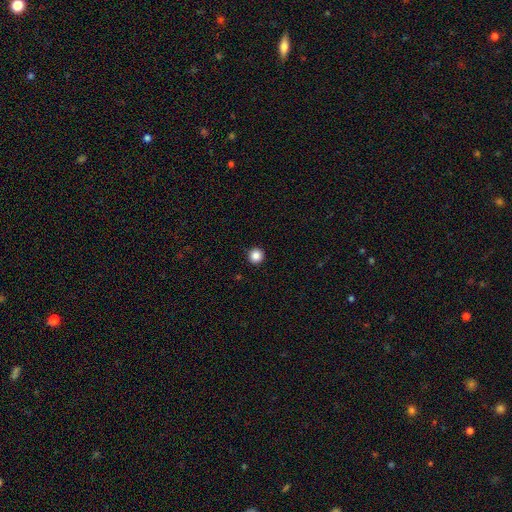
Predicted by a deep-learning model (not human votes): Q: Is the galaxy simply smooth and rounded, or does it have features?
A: smooth — 86%.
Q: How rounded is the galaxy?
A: round — 96%.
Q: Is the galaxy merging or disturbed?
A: none — 94%.